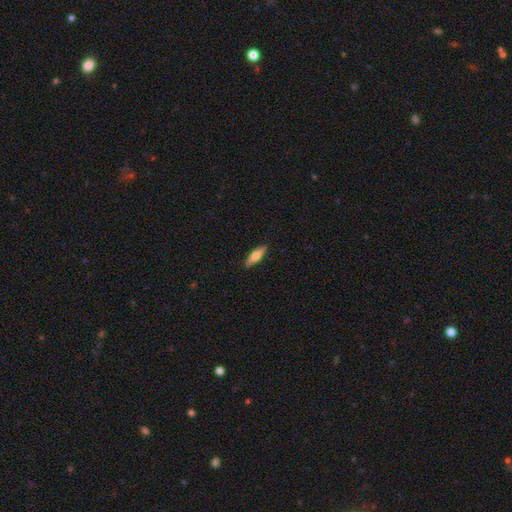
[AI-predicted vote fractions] Smooth or featured? smooth (58%)
How rounded? cigar-shaped (63%)
Merging? none (90%)